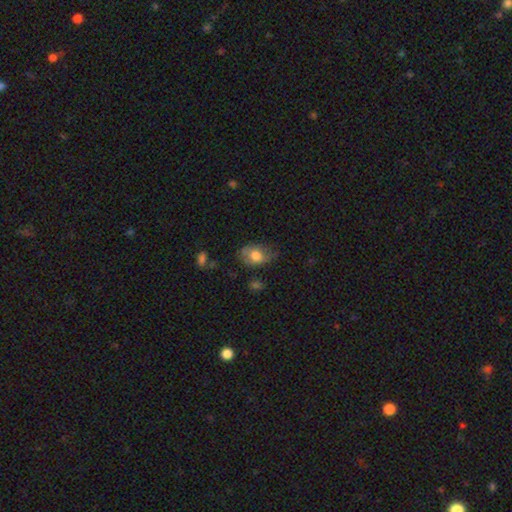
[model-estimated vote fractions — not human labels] smooth_or_featured: smooth (p=0.71) [alt: featured or disk p=0.21]
how_rounded: in between (p=0.75) [alt: round p=0.23]
merging: none (p=0.52) [alt: minor disturbance p=0.33]